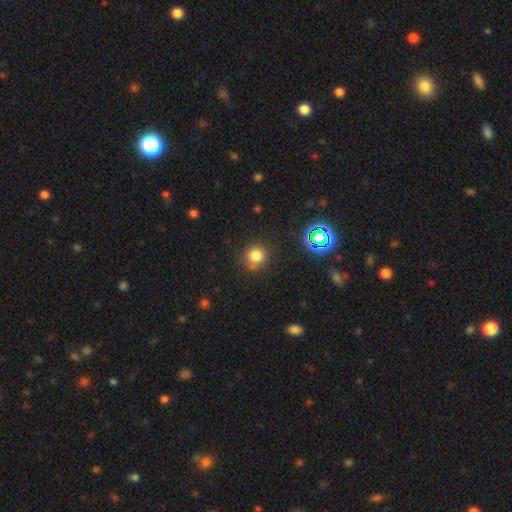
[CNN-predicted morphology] Smooth or featured: smooth — 75% (star or artifact — 19%)
How rounded: round — 90% (in between — 9%)
Merging: none — 79% (minor disturbance — 13%)